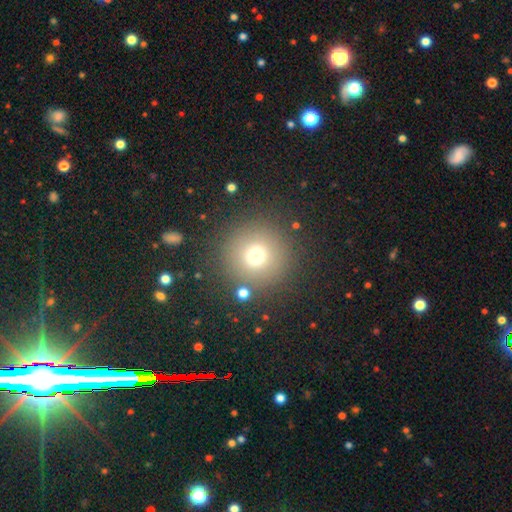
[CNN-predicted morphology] A smooth galaxy with no disk features (71%) that is round (95%).

Vote fractions:
- Smooth or featured? smooth: 71% / star or artifact: 19% / featured or disk: 11%
- How rounded? round: 95% / in between: 4% / cigar-shaped: 1%
- Merging? none: 85% / minor disturbance: 7% / major disturbance: 4% / merger: 4%